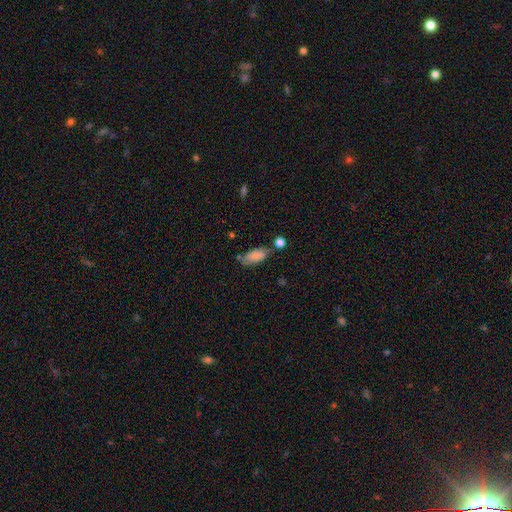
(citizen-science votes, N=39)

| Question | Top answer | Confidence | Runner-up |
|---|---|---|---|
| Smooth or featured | smooth | 82% | featured or disk (13%) |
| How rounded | in between | 84% | cigar-shaped (9%) |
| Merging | none | 59% | minor disturbance (24%) |